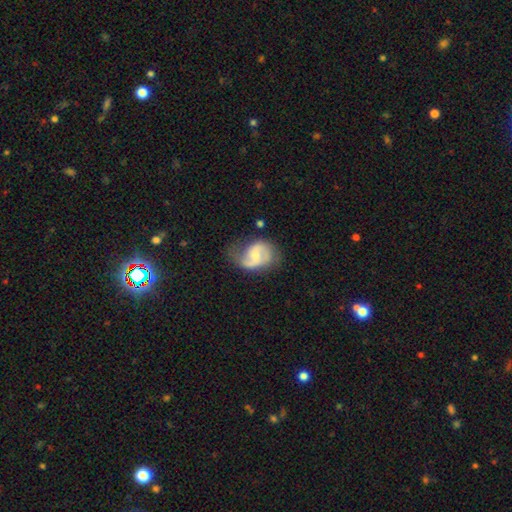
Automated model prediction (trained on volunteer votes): This appears to be a featured or disk galaxy (73%) with no bar (48%), 2 (81%) medium (46%) spiral arms (90%) and a small central bulge (48%). Merging: none (53%).